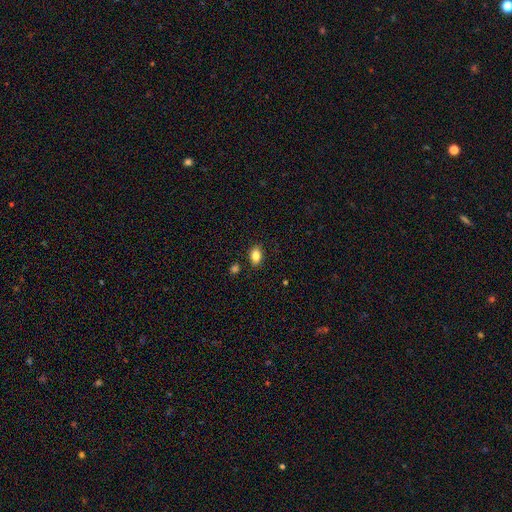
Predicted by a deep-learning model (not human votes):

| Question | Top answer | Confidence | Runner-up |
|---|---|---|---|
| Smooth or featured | smooth | 84% | star or artifact (9%) |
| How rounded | in between | 82% | round (17%) |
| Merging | none | 84% | minor disturbance (11%) |